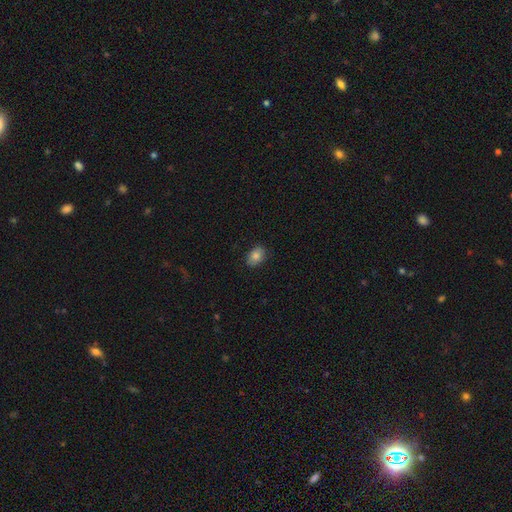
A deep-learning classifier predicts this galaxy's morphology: Smooth or featured: smooth — 83% (star or artifact — 9%)
How rounded: in between — 84% (round — 15%)
Merging: none — 83% (minor disturbance — 14%)